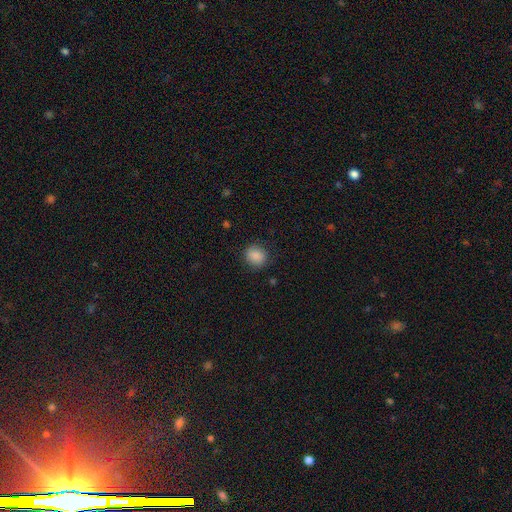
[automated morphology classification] Smooth or featured? Predicted: smooth (p=0.87). How rounded? Predicted: round (p=0.73). Merging? Predicted: none (p=0.84).